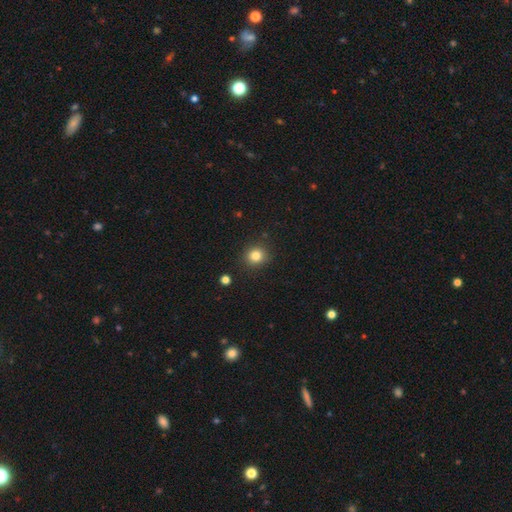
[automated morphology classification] smooth_or_featured: smooth (p=0.82) [alt: star or artifact p=0.12]
how_rounded: round (p=0.88) [alt: in between p=0.11]
merging: none (p=0.89) [alt: minor disturbance p=0.07]